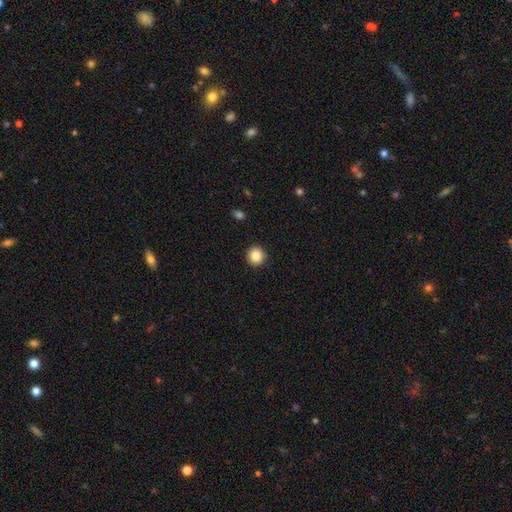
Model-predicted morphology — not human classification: smooth-or-featured: smooth: 86% | star or artifact: 9% | featured or disk: 5%
  how-rounded: round: 93% | in between: 6% | cigar-shaped: 1%
  merging: none: 92% | minor disturbance: 5% | major disturbance: 2% | merger: 1%